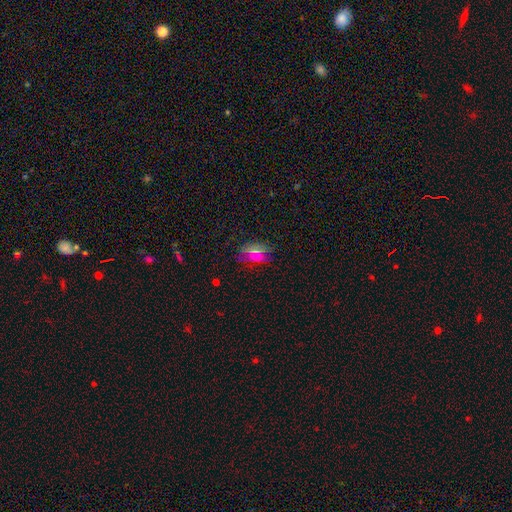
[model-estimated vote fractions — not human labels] This appears to be a smooth galaxy with no disk features (59%) that is in between round and cigar-shaped (69%). Merging: none (77%).